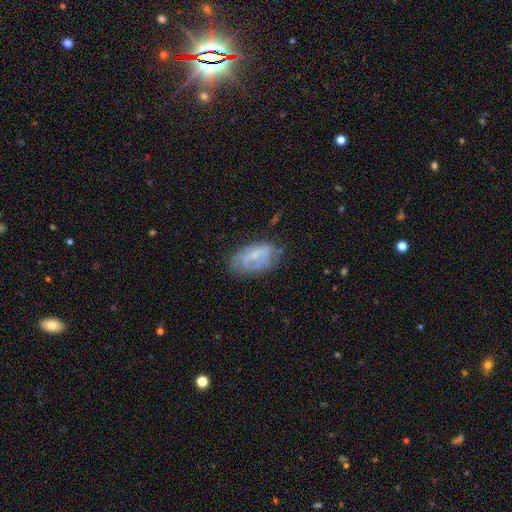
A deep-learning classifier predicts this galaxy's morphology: A featured or disk galaxy (54%) with no bar (45%), spiral arms (59%) and a small central bulge (57%).

Vote fractions:
- Smooth or featured? featured or disk: 54% / smooth: 38% / star or artifact: 8%
- Edge-on disk? no: 94% / yes: 6%
- Bar? no: 45% / weak: 43% / strong: 13%
- Spiral arms? yes: 59% / no: 41%
- Bulge size? small: 57% / moderate: 26% / none: 14% / large: 2% / dominant: 1%
- Merging? none: 59% / minor disturbance: 28% / major disturbance: 11% / merger: 2%